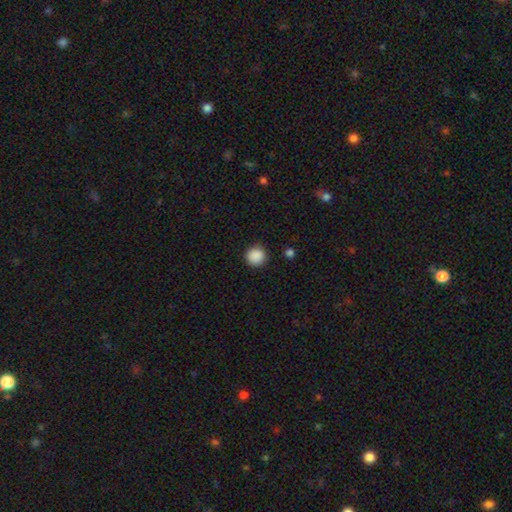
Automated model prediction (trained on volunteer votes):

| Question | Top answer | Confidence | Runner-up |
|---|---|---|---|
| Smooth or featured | smooth | 88% | star or artifact (9%) |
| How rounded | round | 93% | in between (6%) |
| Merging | none | 90% | minor disturbance (7%) |